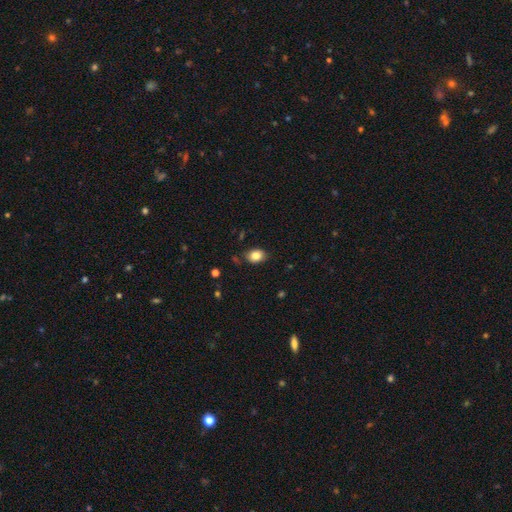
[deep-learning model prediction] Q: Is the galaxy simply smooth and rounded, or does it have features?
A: smooth — 84%.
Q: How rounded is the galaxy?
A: in between — 71%.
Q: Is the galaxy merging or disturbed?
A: none — 82%.